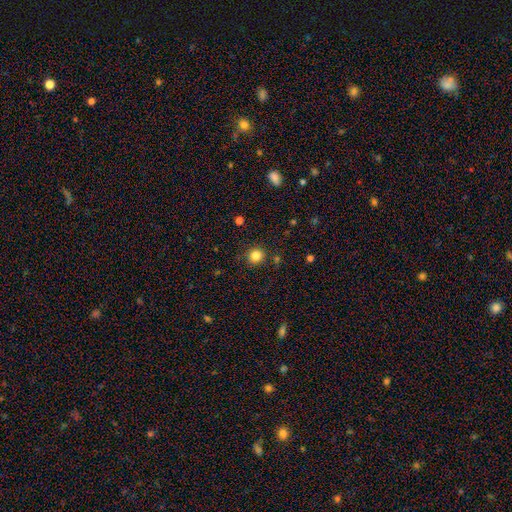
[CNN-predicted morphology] Overall: smooth (83%). How rounded: round (91%). Merging: none (88%).